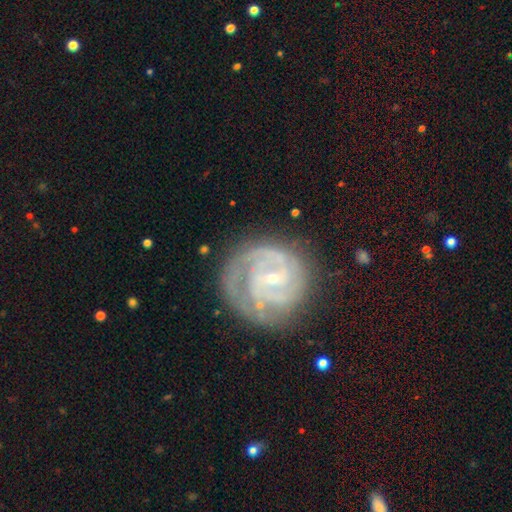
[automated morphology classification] A featured or disk galaxy (85%) with a weak bar (47%), 2 (45%) tight (58%) spiral arms (96%) and a small central bulge (77%).

Vote fractions:
- Smooth or featured? featured or disk: 85% / smooth: 8% / star or artifact: 6%
- Edge-on disk? no: 97% / yes: 3%
- Bar? weak: 47% / no: 29% / strong: 24%
- Spiral arms? yes: 96% / no: 4%
- Spiral winding? tight: 58% / medium: 35% / loose: 8%
- Spiral arm count? 2: 45% / 3: 22% / can't tell: 16% / 4: 7% / 1: 6% / more than 4: 5%
- Bulge size? small: 77% / moderate: 19% / none: 2% / large: 1% / dominant: 1%
- Merging? none: 72% / minor disturbance: 17% / major disturbance: 8% / merger: 3%